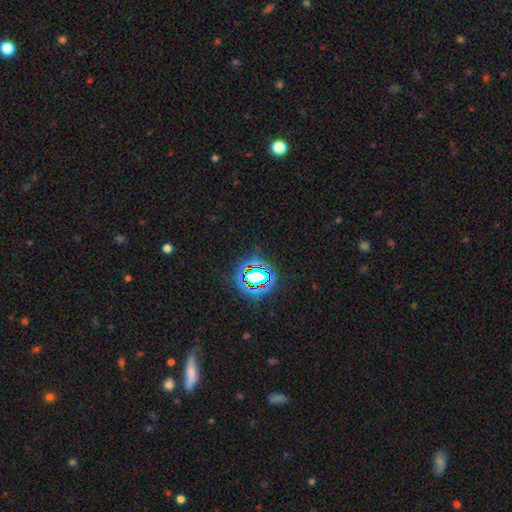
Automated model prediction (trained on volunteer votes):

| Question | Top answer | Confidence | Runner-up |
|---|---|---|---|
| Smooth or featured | star or artifact | 74% | smooth (17%) |